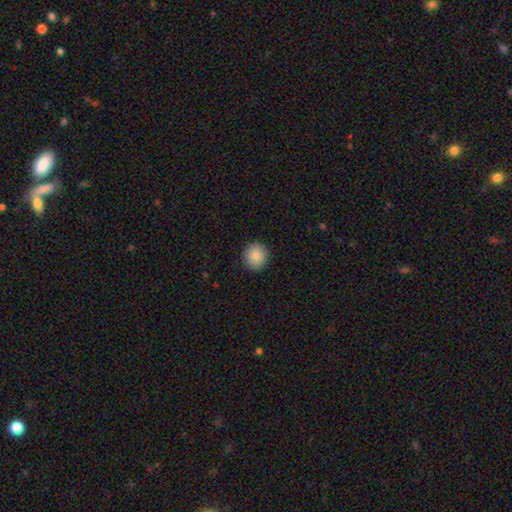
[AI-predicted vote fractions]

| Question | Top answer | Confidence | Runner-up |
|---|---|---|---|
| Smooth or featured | smooth | 87% | star or artifact (8%) |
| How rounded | round | 87% | in between (12%) |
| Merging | none | 91% | minor disturbance (7%) |